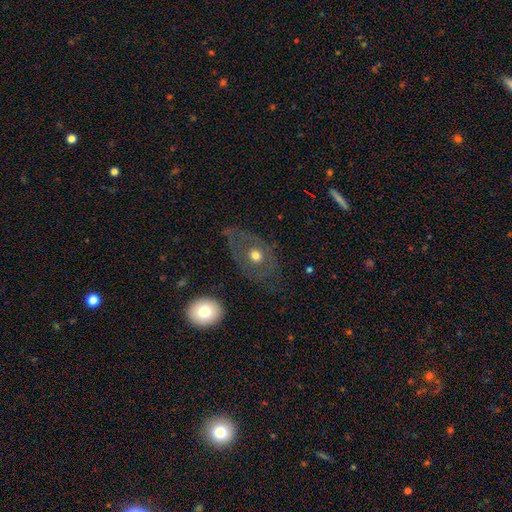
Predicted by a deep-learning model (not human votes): featured or disk 47%, smooth 44%, star or artifact 9%. Down the decision tree: merging — none (64%).